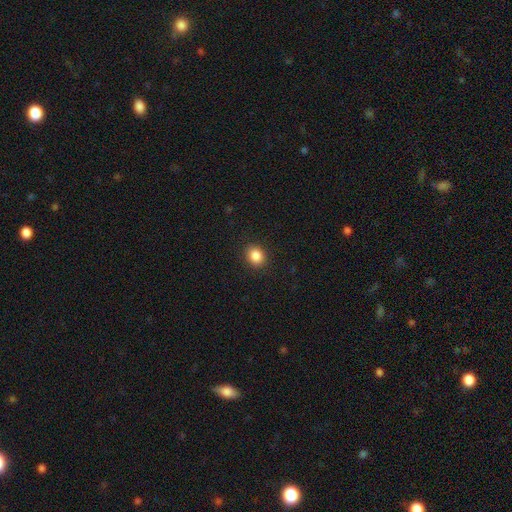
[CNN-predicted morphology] This appears to be a smooth galaxy with no disk features (87%) that is round (64%). Merging: none (90%).